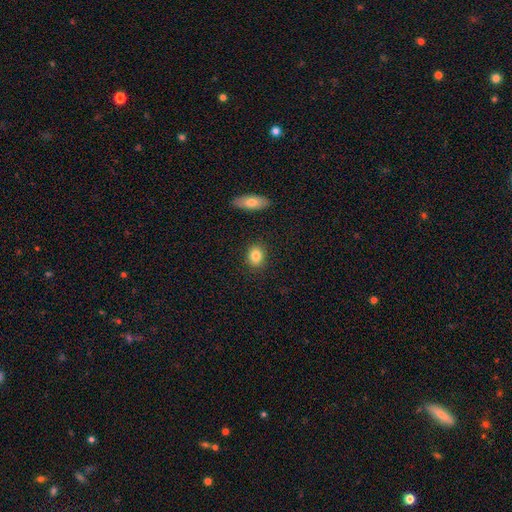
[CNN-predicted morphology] The model was most divided on "how rounded": in between: 54%, round: 44%, cigar-shaped: 2%. More confident: merging — none (86%); smooth or featured — smooth (84%).